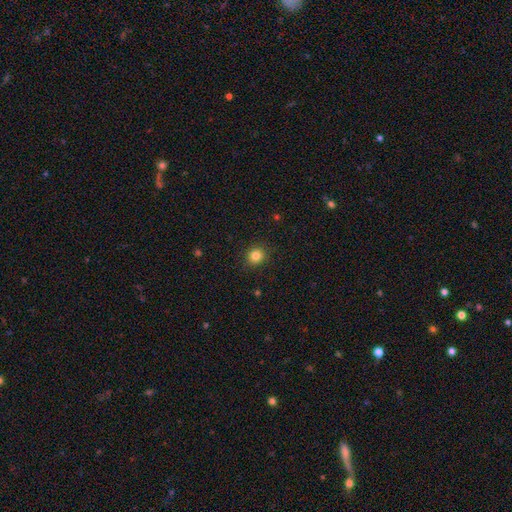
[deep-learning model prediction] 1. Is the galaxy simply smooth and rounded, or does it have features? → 84% smooth, 12% star or artifact, 5% featured or disk.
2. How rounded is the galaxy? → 86% round, 13% in between, 1% cigar-shaped.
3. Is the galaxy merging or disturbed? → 90% none, 7% minor disturbance, 2% major disturbance, 1% merger.